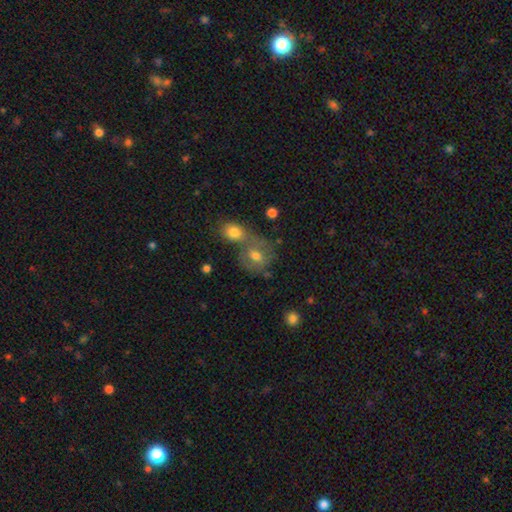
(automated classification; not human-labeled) This appears to be a smooth galaxy with no disk features (63%) that is round (65%). Merging: merger (47%).